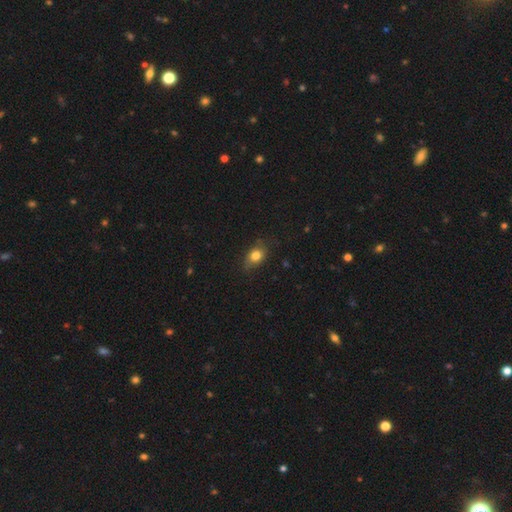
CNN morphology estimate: Smooth or featured?
  - smooth: 79% *
  - featured or disk: 11%
  - star or artifact: 10%
How rounded?
  - in between: 70% *
  - round: 28%
  - cigar-shaped: 2%
Merging?
  - none: 70% *
  - minor disturbance: 23%
  - major disturbance: 5%
  - merger: 1%